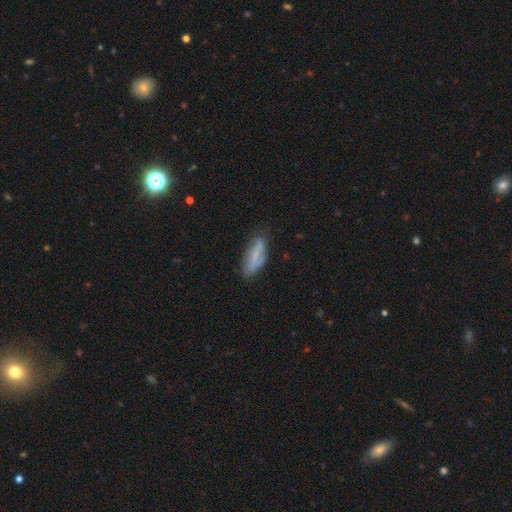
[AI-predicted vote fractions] Smooth or featured? Predicted: smooth (p=0.57). How rounded? Predicted: in between (p=0.62). Merging? Predicted: none (p=0.62).